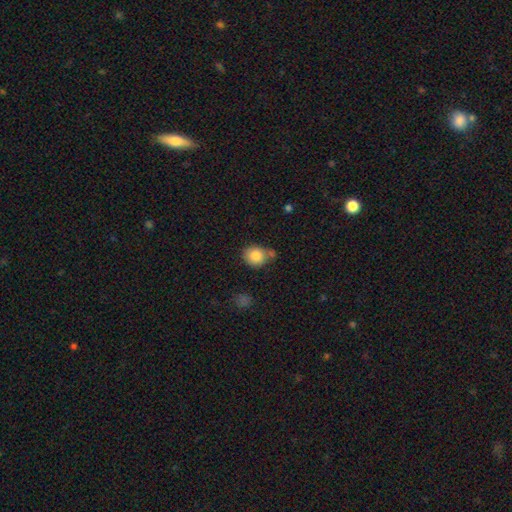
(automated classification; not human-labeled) Smooth or featured?
  - smooth: 85% *
  - star or artifact: 9%
  - featured or disk: 6%
How rounded?
  - round: 70% *
  - in between: 29%
  - cigar-shaped: 1%
Merging?
  - none: 61% *
  - minor disturbance: 18%
  - merger: 16%
  - major disturbance: 5%